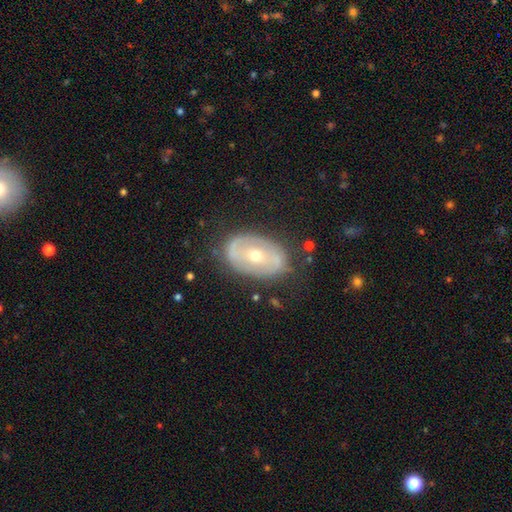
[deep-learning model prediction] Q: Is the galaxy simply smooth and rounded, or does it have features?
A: featured or disk — 65%.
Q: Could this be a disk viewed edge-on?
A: no — 93%.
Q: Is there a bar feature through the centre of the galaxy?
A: no — 54%.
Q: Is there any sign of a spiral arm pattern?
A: no — 60%.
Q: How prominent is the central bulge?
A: moderate — 52%.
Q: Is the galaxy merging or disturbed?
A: none — 73%.